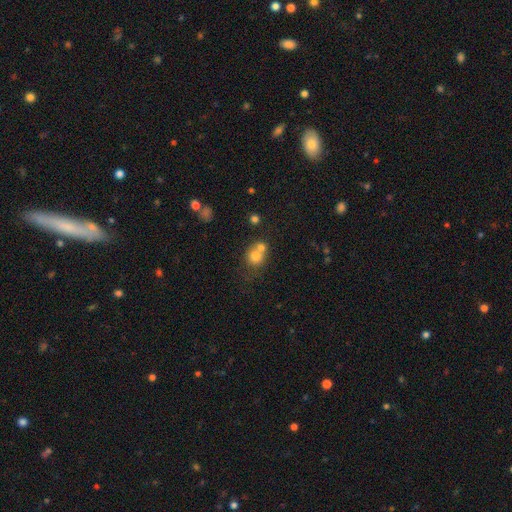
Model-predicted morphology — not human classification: smooth 74%, featured or disk 14%, star or artifact 12%. Down the decision tree: how rounded — round (79%); merging — merger (51%).